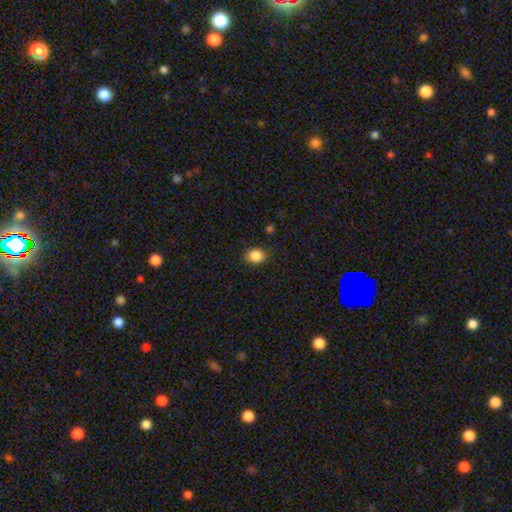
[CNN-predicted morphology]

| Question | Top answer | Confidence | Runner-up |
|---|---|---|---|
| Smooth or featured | smooth | 86% | star or artifact (10%) |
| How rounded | round | 53% | in between (46%) |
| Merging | none | 84% | minor disturbance (12%) |